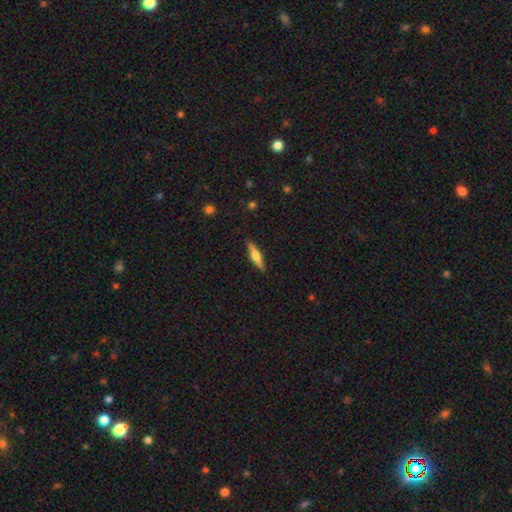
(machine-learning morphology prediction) Smooth or featured? Predicted: featured or disk (p=0.52). Edge-on disk? Predicted: yes (p=0.96). Edge-on bulge? Predicted: rounded (p=0.87). Merging? Predicted: none (p=0.89).